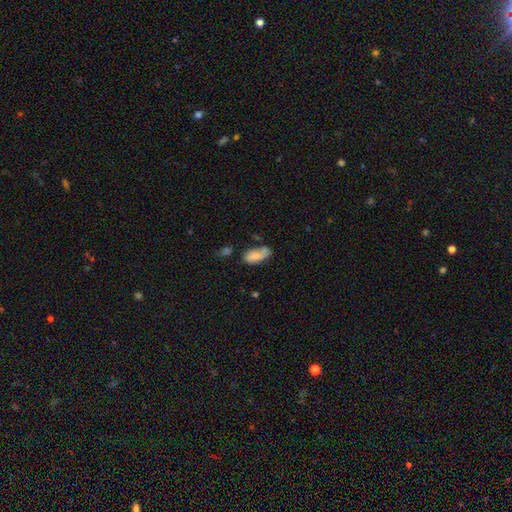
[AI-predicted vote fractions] Smooth or featured? Predicted: smooth (p=0.71). How rounded? Predicted: in between (p=0.89). Merging? Predicted: none (p=0.43).